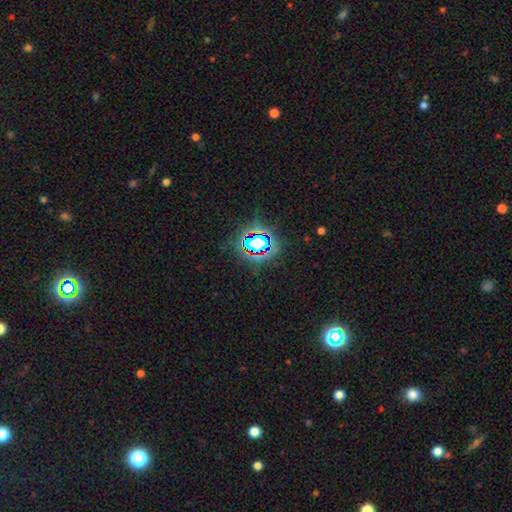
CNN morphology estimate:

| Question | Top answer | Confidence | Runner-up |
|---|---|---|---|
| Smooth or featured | star or artifact | 78% | smooth (13%) |